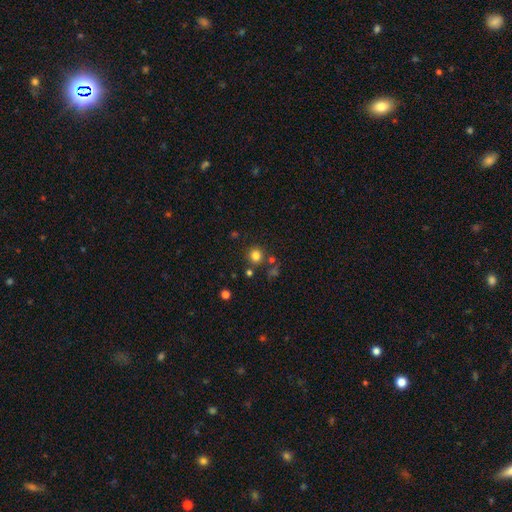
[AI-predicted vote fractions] Smooth or featured? Predicted: smooth (p=0.80). How rounded? Predicted: round (p=0.90). Merging? Predicted: none (p=0.81).